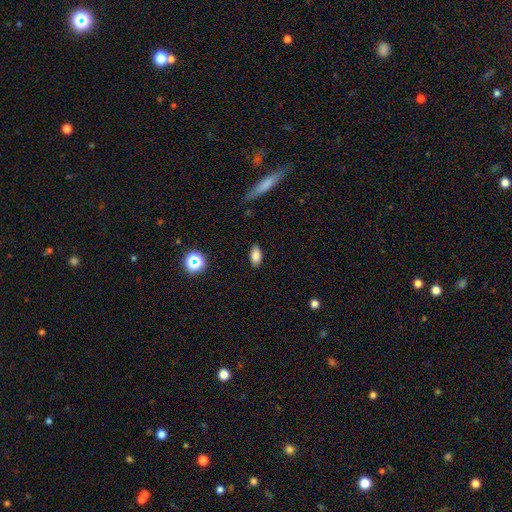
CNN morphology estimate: Smooth or featured?
  - smooth: 83% *
  - star or artifact: 10%
  - featured or disk: 7%
How rounded?
  - in between: 90% *
  - round: 5%
  - cigar-shaped: 5%
Merging?
  - none: 86% *
  - minor disturbance: 10%
  - major disturbance: 3%
  - merger: 1%